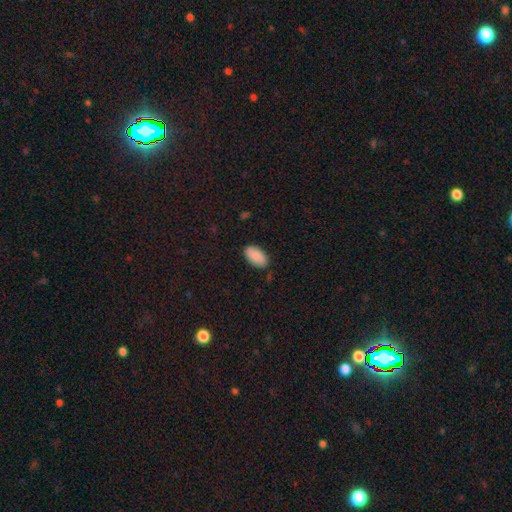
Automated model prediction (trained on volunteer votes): The model was most divided on "merging": none: 85%, minor disturbance: 11%, major disturbance: 2%, merger: 1%. More confident: how rounded — in between (95%); smooth or featured — smooth (88%).